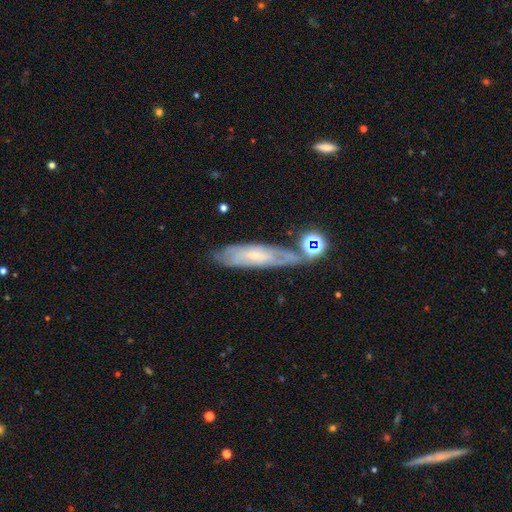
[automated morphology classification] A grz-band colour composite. It shows a featured or disk galaxy (62%). Merging: none (62%).